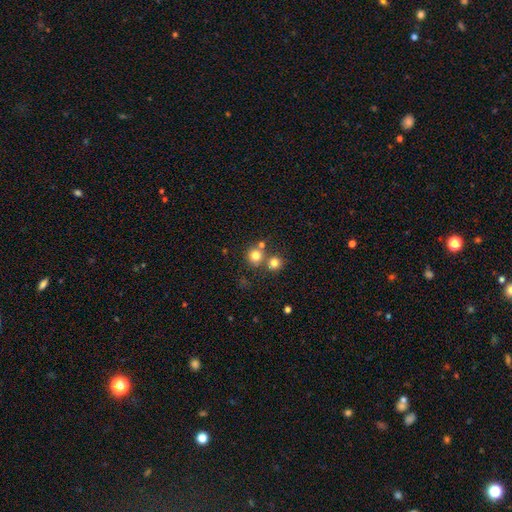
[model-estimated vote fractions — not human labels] Smooth or featured?
  - smooth: 77% *
  - star or artifact: 14%
  - featured or disk: 9%
How rounded?
  - round: 91% *
  - in between: 8%
  - cigar-shaped: 1%
Merging?
  - none: 64% *
  - merger: 26%
  - minor disturbance: 7%
  - major disturbance: 3%